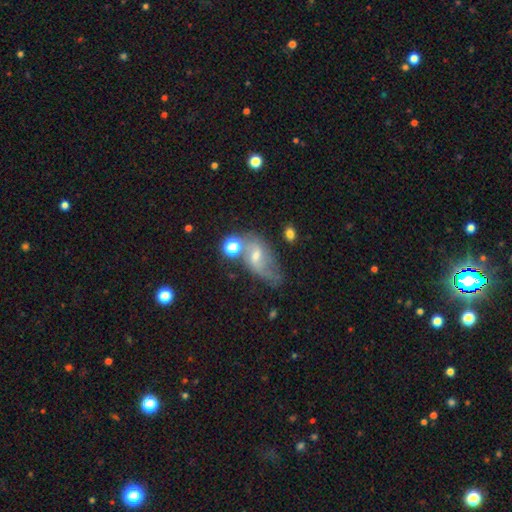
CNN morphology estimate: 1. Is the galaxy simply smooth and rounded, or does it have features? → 57% featured or disk, 30% smooth, 13% star or artifact.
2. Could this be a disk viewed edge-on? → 92% no, 8% yes.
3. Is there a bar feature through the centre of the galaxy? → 47% weak, 38% no, 15% strong.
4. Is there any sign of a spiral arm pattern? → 76% yes, 24% no.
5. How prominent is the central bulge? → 50% small, 39% moderate, 6% none, 3% large, 1% dominant.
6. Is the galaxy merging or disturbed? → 40% none, 26% minor disturbance, 19% major disturbance, 15% merger.